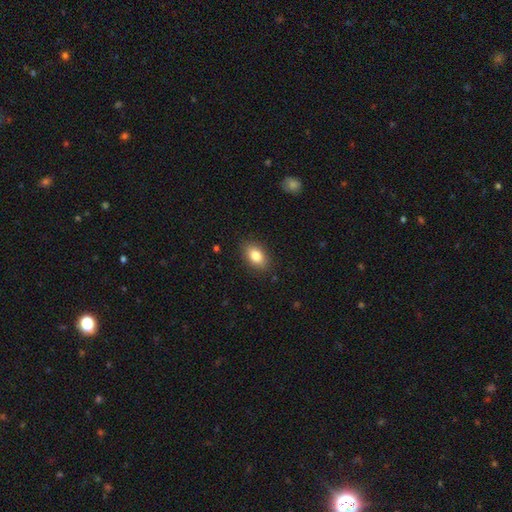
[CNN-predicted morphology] A smooth galaxy with no disk features (84%) that is in between round and cigar-shaped (87%). Merging: none (87%).